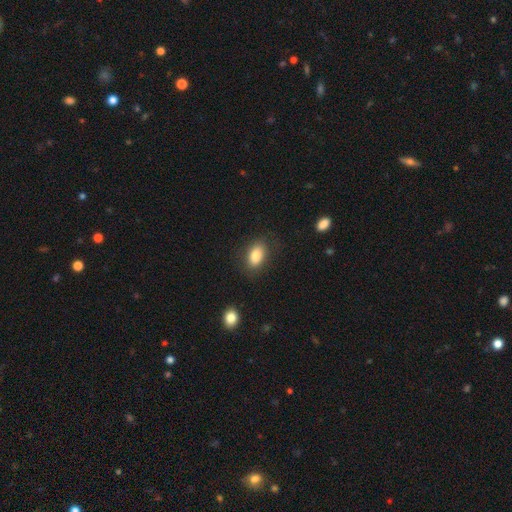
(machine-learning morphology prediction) This appears to be a smooth galaxy with no disk features (82%) that is in between round and cigar-shaped (87%). Merging: none (83%).